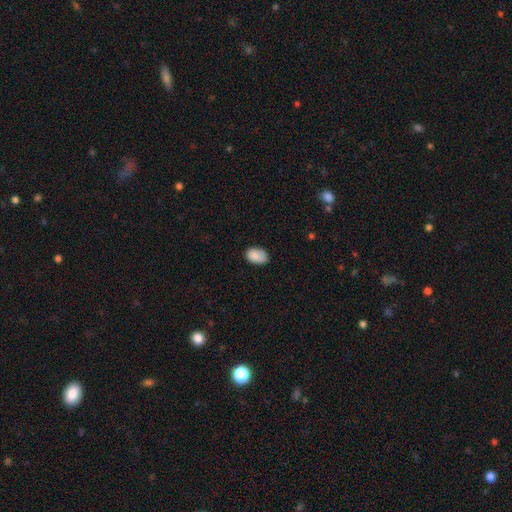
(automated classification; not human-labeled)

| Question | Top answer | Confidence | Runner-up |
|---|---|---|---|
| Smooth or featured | smooth | 86% | star or artifact (7%) |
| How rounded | in between | 89% | round (10%) |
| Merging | none | 69% | minor disturbance (24%) |